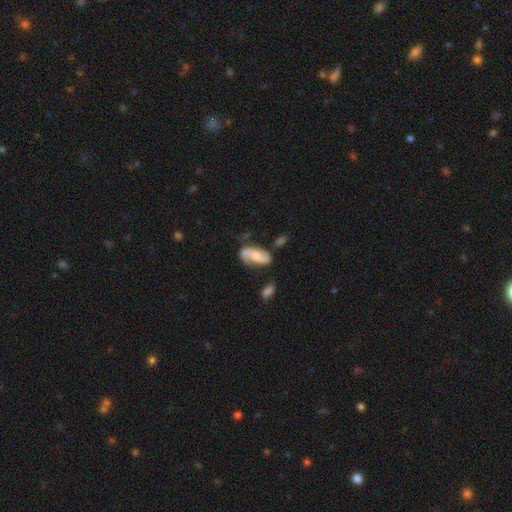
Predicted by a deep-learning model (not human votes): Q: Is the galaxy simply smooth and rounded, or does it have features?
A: featured or disk — 60%.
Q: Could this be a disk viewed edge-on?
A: no — 95%.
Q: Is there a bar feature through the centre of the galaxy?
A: no — 52%.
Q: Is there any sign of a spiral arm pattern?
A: yes — 90%.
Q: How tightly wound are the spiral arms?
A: loose — 46%.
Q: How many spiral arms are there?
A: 2 — 81%.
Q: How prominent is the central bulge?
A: none — 38%.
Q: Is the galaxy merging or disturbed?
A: none — 50%.